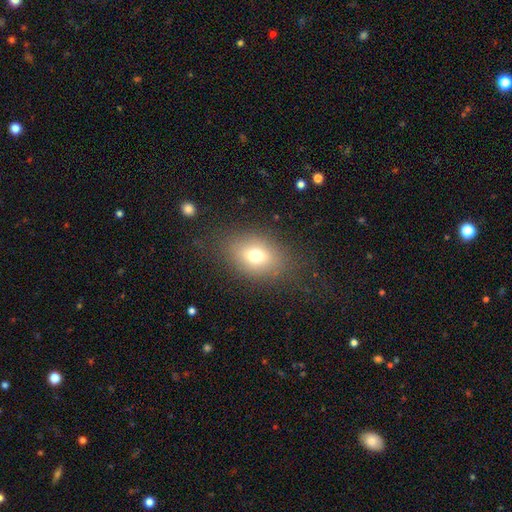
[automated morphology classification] Overall: smooth (70%). How rounded: in between (69%; round 29%). Merging: none (78%).